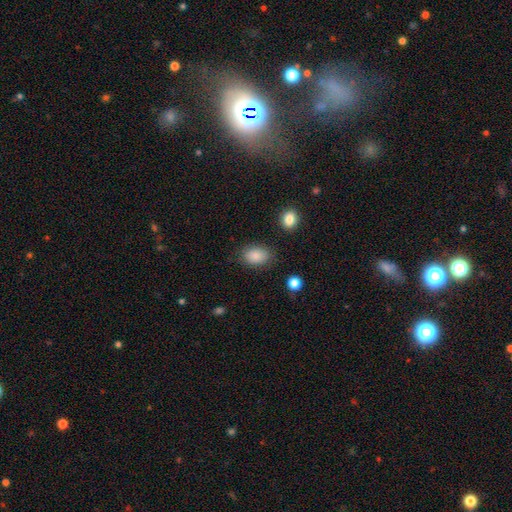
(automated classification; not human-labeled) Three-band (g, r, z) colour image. It shows a smooth galaxy with no disk features (88%) that is in between round and cigar-shaped (84%). Merging: none (81%).